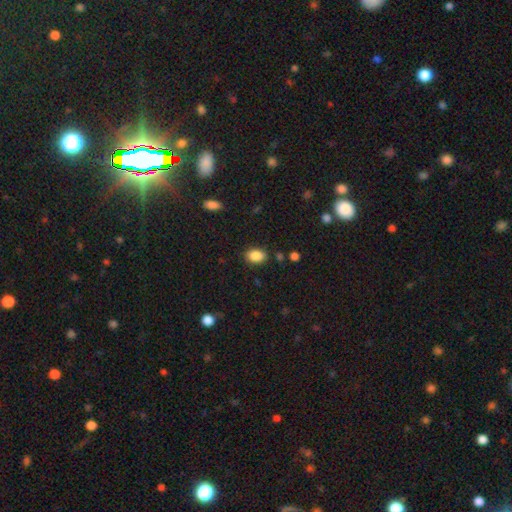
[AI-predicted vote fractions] A smooth galaxy with no disk features (87%) that is in between round and cigar-shaped (79%).

Vote fractions:
- Smooth or featured? smooth: 87% / star or artifact: 9% / featured or disk: 4%
- How rounded? in between: 79% / round: 20% / cigar-shaped: 1%
- Merging? none: 84% / minor disturbance: 11% / major disturbance: 3% / merger: 2%